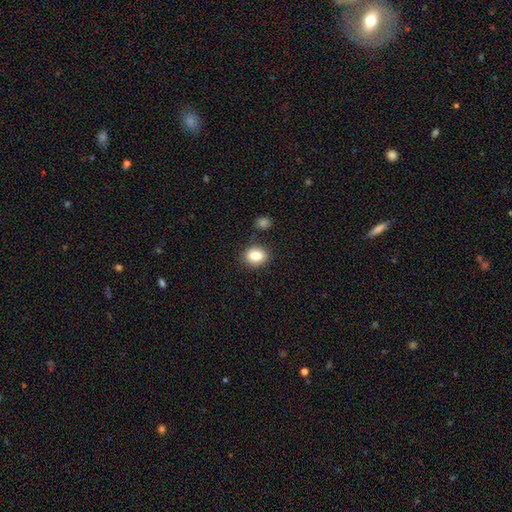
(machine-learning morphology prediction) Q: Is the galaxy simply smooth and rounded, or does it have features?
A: smooth — 84%.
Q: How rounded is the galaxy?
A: round — 50%.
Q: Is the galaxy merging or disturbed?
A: none — 82%.